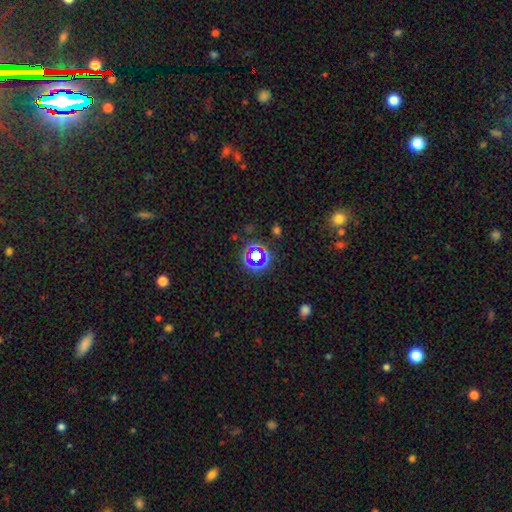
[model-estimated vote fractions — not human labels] Smooth or featured?
  - star or artifact: 61% *
  - smooth: 28%
  - featured or disk: 11%